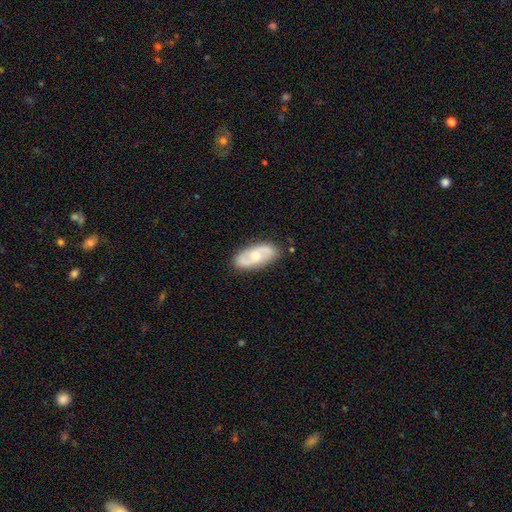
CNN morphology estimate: smooth-or-featured: featured or disk: 67% | smooth: 28% | star or artifact: 5%
  disk-edge-on: no: 92% | yes: 8%
    bar: no: 61% | weak: 33% | strong: 6%
    has-spiral-arms: yes: 86% | no: 14%
      spiral-winding: medium: 45% | loose: 30% | tight: 25%
      spiral-arm-count: 2: 86% | can't tell: 9% | 1: 2% | 3: 1% | 4: 1% | more than 4: 1%
    bulge-size: moderate: 59% | small: 33% | large: 4% | none: 3% | dominant: 1%
  merging: none: 83% | minor disturbance: 13% | major disturbance: 3% | merger: 2%